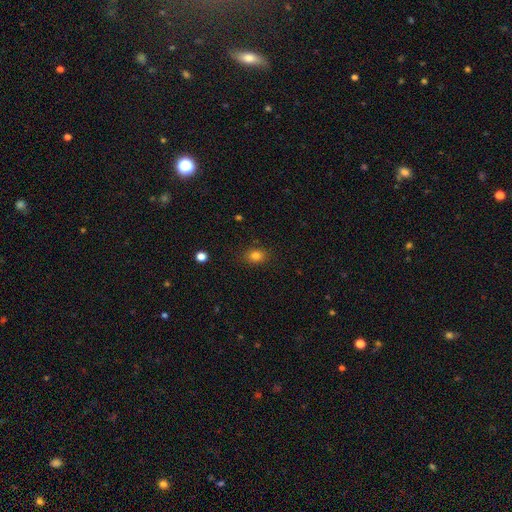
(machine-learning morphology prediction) This appears to be a smooth galaxy with no disk features (81%) that is in between round and cigar-shaped (54%). Merging: none (86%).